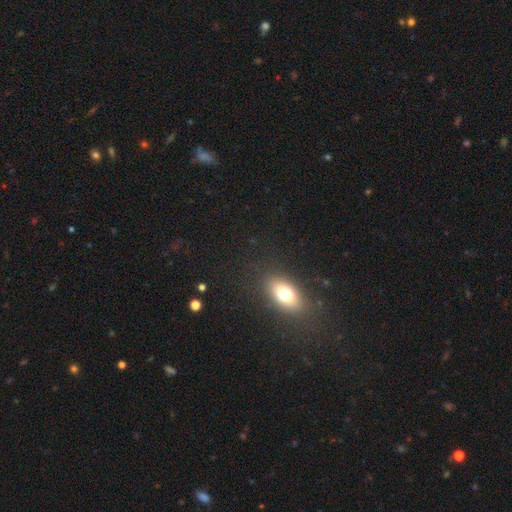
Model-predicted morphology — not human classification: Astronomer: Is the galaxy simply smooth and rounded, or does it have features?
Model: smooth — 64%.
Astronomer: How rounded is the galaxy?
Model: in between — 75%.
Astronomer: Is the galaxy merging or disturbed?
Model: none — 87%.